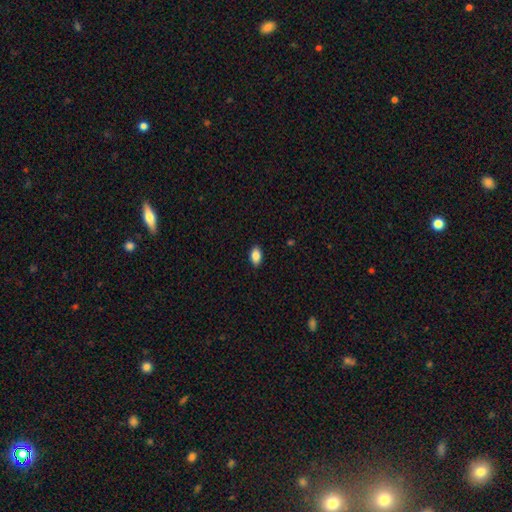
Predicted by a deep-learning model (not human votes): smooth_or_featured: smooth (p=0.87) [alt: star or artifact p=0.08]
how_rounded: in between (p=0.91) [alt: round p=0.06]
merging: none (p=0.88) [alt: minor disturbance p=0.09]